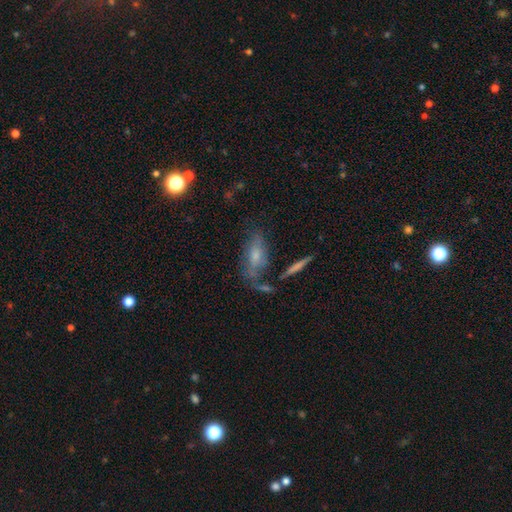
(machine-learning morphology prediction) Smooth or featured: featured or disk — 45% (smooth — 44%)
Merging: none — 49% (minor disturbance — 22%)